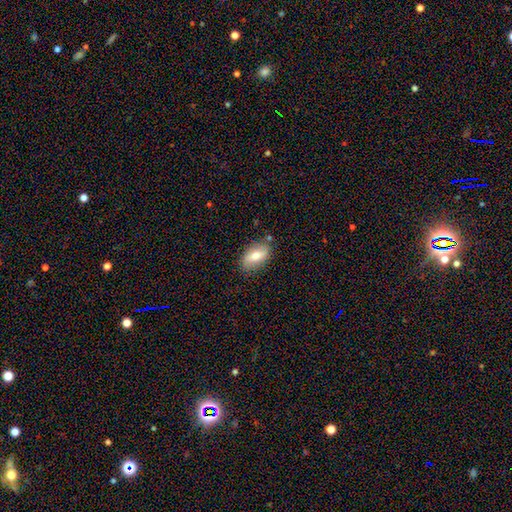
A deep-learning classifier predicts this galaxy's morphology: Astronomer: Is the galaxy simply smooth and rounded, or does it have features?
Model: smooth — 68%.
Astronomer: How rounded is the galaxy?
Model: in between — 90%.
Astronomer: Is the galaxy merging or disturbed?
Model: none — 79%.